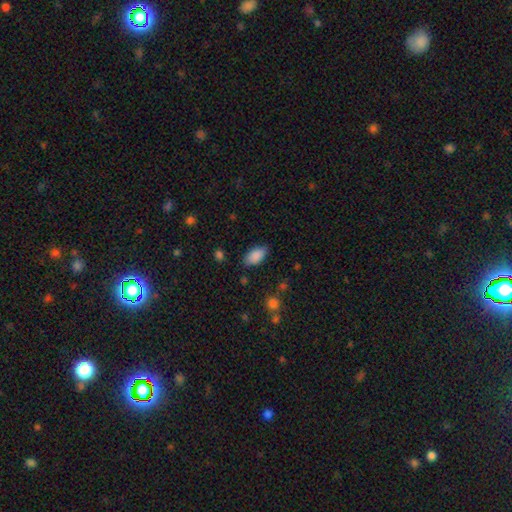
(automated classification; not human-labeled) This appears to be a smooth galaxy with no disk features (88%) that is in between round and cigar-shaped (93%). Merging: none (81%).